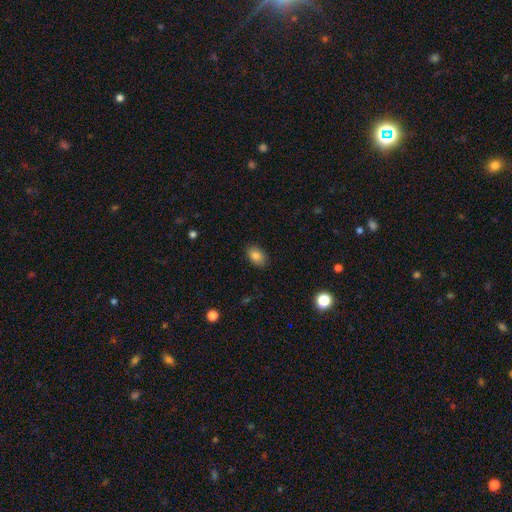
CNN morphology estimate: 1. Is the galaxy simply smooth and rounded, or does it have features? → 84% smooth, 9% star or artifact, 7% featured or disk.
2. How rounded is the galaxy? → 84% in between, 15% round, 1% cigar-shaped.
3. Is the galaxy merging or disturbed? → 86% none, 10% minor disturbance, 2% major disturbance, 1% merger.